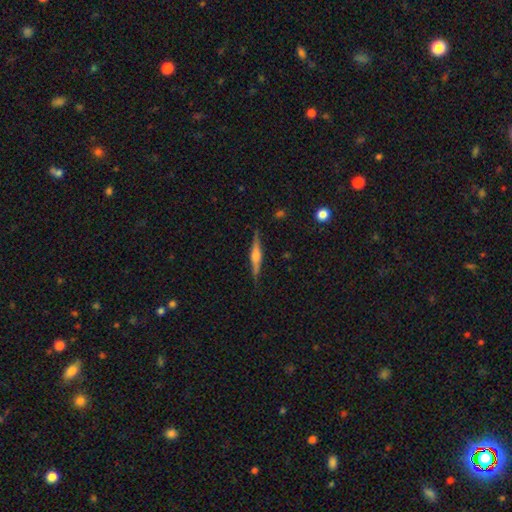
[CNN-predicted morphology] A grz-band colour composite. It shows a featured or disk galaxy (68%) viewed edge-on (98%) with a rounded central bulge (67%). Merging: none (87%).